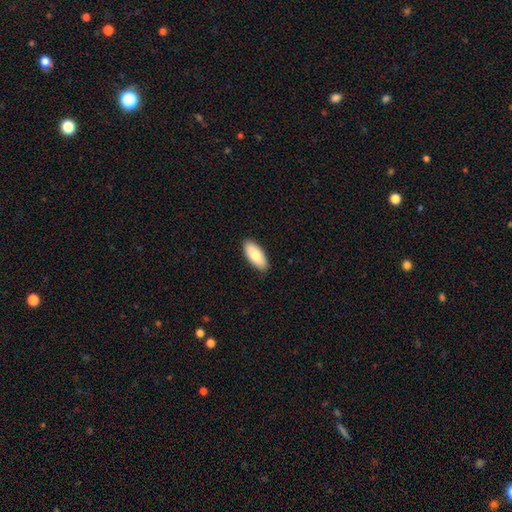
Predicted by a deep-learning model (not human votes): Q: Smooth or featured?
A: smooth (83%); runner-up: featured or disk (11%)
Q: How rounded?
A: in between (85%); runner-up: cigar-shaped (13%)
Q: Merging?
A: none (88%); runner-up: minor disturbance (9%)